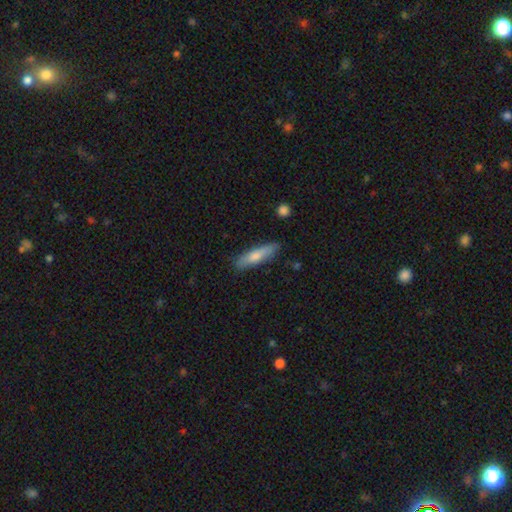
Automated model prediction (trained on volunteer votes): Overall: smooth (64%; featured or disk 30%). How rounded: cigar-shaped (79%). Merging: none (86%).